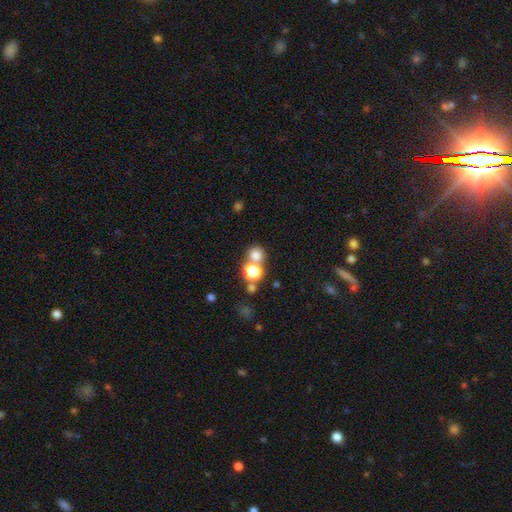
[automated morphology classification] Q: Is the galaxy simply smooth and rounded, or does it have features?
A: smooth — 75%.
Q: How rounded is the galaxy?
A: round — 89%.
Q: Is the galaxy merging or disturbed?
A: none — 58%.